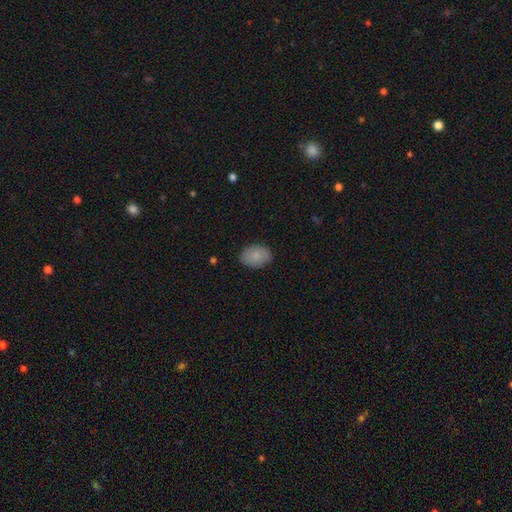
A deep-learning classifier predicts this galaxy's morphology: smooth_or_featured: smooth (p=0.86) [alt: featured or disk p=0.07]
how_rounded: in between (p=0.77) [alt: round p=0.22]
merging: none (p=0.86) [alt: minor disturbance p=0.10]